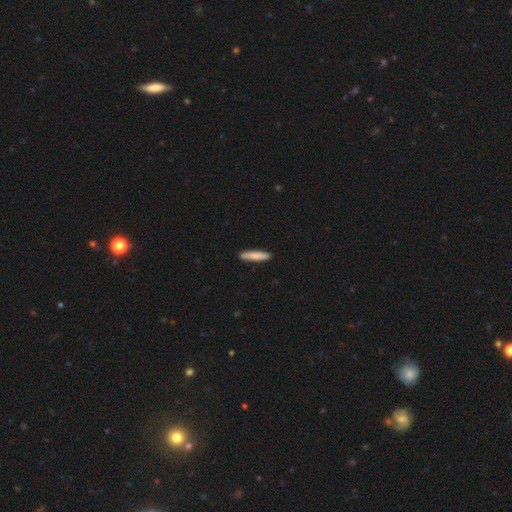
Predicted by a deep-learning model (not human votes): Smooth or featured? smooth (83%)
How rounded? cigar-shaped (88%)
Merging? none (90%)